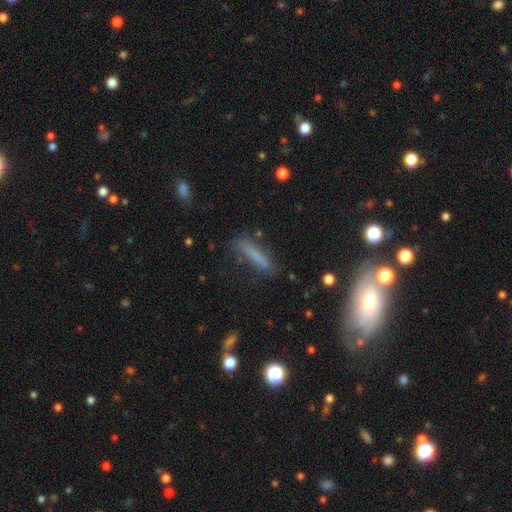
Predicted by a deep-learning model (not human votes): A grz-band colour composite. It shows a smooth galaxy with no disk features (68%) that is cigar-shaped (86%). Merging: none (70%).